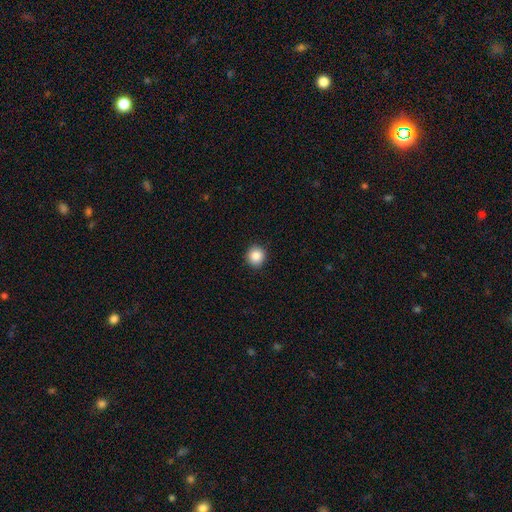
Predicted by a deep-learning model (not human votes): The model was most divided on "smooth or featured": smooth: 87%, star or artifact: 9%, featured or disk: 4%. More confident: how rounded — round (93%); merging — none (92%).